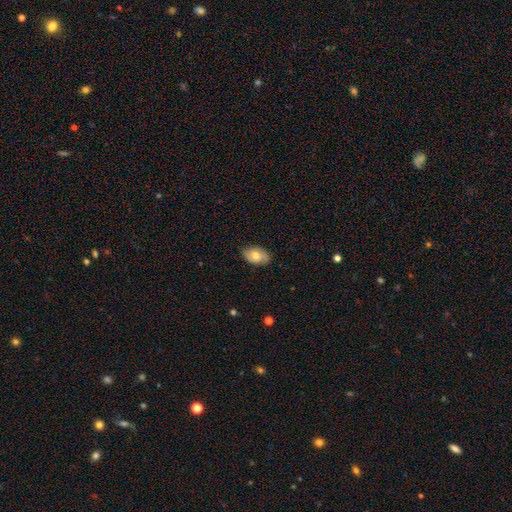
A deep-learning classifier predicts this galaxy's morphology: The model was most divided on "smooth or featured": smooth: 63%, featured or disk: 30%, star or artifact: 7%. More confident: how rounded — in between (90%); merging — none (80%).